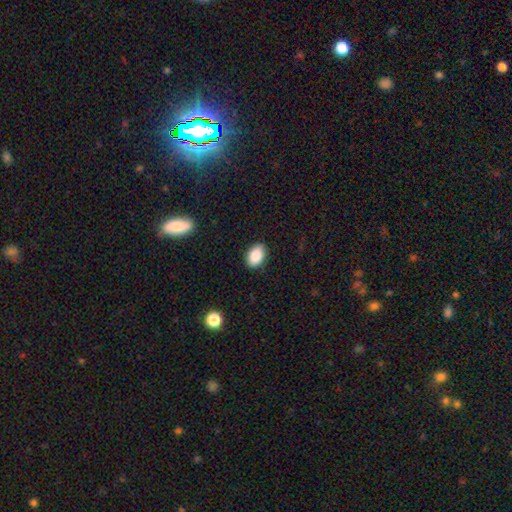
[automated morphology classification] Smooth or featured? smooth (88%)
How rounded? in between (87%)
Merging? none (88%)